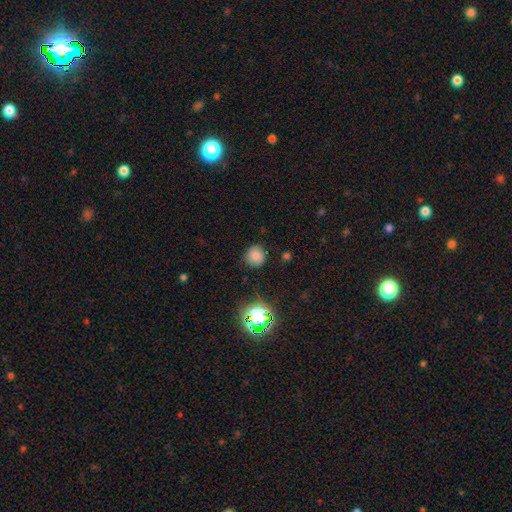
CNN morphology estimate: smooth-or-featured: smooth: 77% | star or artifact: 16% | featured or disk: 7%
  how-rounded: round: 91% | in between: 8% | cigar-shaped: 1%
  merging: none: 85% | minor disturbance: 10% | major disturbance: 3% | merger: 2%